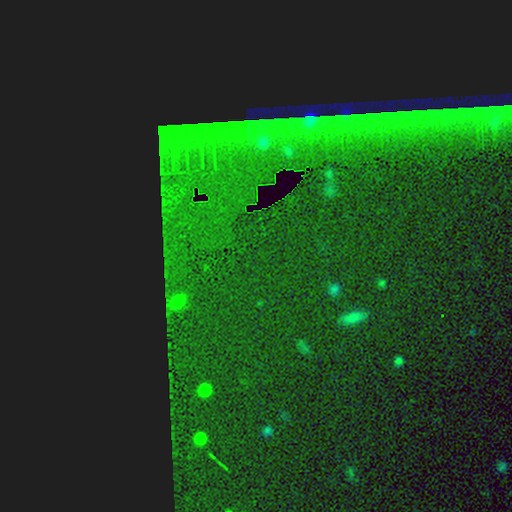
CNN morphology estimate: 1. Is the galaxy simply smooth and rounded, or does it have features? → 81% star or artifact, 11% smooth, 8% featured or disk.